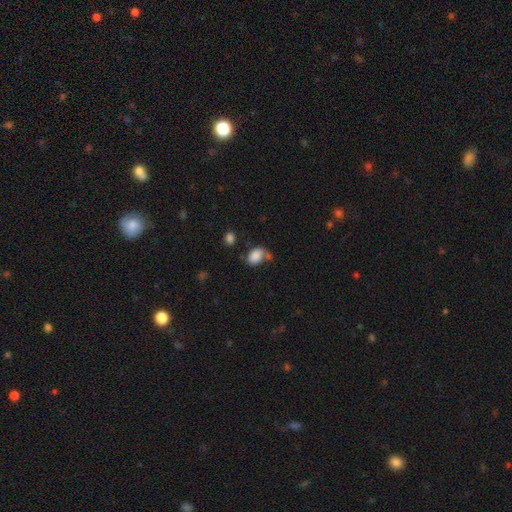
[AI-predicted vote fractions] This is clearly a smooth galaxy (83%). How rounded: likely in between (76%). Merging: possibly none (46%).